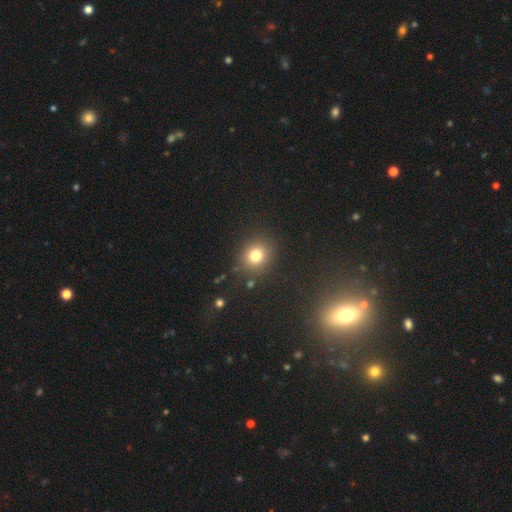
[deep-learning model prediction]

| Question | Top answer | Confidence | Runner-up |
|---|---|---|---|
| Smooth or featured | smooth | 77% | star or artifact (15%) |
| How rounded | round | 81% | in between (18%) |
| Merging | none | 85% | minor disturbance (9%) |